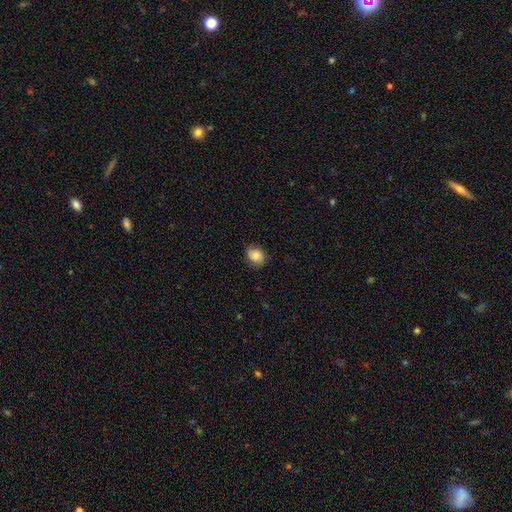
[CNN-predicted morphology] Smooth or featured? Predicted: smooth (p=0.81). How rounded? Predicted: round (p=0.58). Merging? Predicted: none (p=0.78).